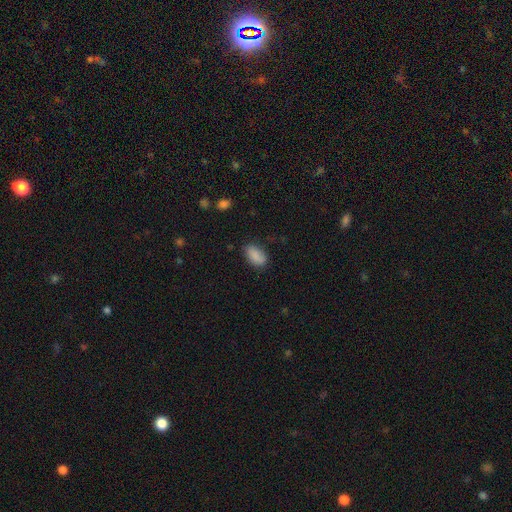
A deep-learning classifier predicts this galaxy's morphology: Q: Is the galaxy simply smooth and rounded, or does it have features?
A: smooth — 86%.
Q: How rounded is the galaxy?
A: in between — 92%.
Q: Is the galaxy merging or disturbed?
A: none — 73%.